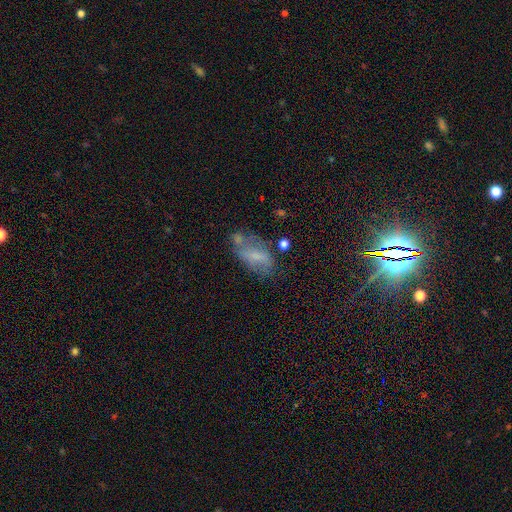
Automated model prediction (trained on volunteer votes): Smooth or featured? Predicted: smooth (p=0.51). How rounded? Predicted: in between (p=0.86). Merging? Predicted: none (p=0.42).